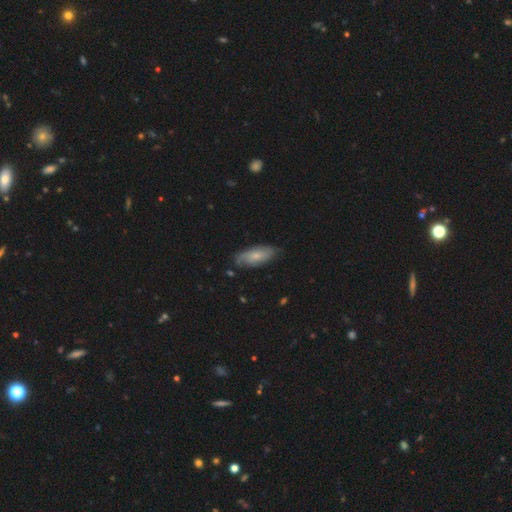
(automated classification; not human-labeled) Smooth or featured: smooth — 53% (featured or disk — 41%)
How rounded: in between — 79% (cigar-shaped — 19%)
Merging: none — 71% (minor disturbance — 22%)